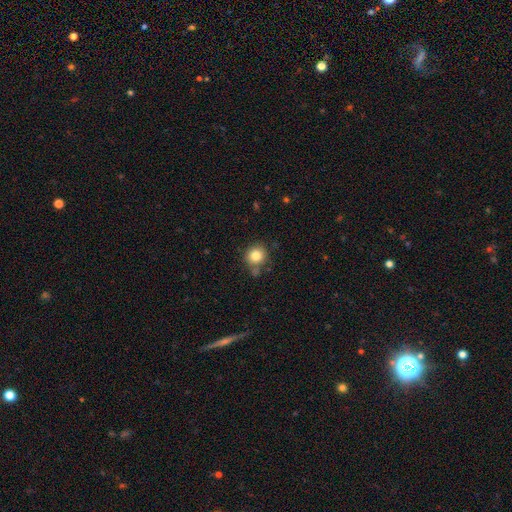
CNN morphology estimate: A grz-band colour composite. It shows a smooth galaxy with no disk features (82%) that is round (88%). Merging: none (75%).